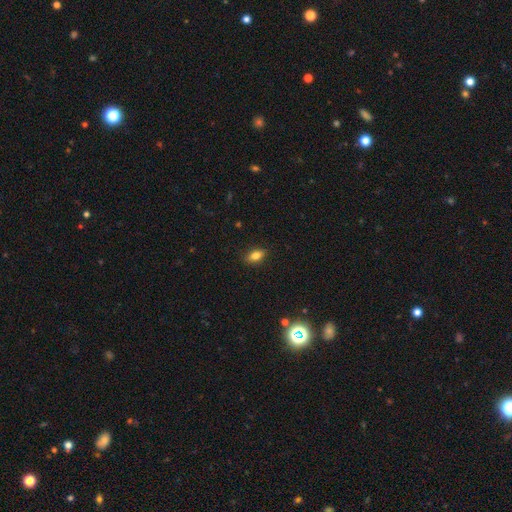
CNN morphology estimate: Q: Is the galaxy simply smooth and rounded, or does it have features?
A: smooth — 80%.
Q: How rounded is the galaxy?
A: in between — 83%.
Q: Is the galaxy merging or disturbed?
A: none — 85%.